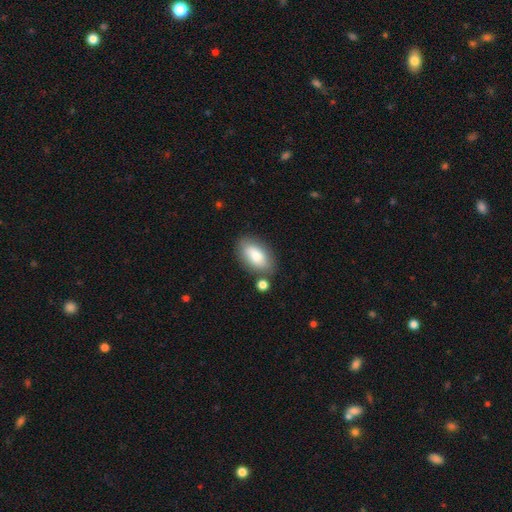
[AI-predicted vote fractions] Smooth or featured? smooth (79%)
How rounded? in between (91%)
Merging? none (73%)